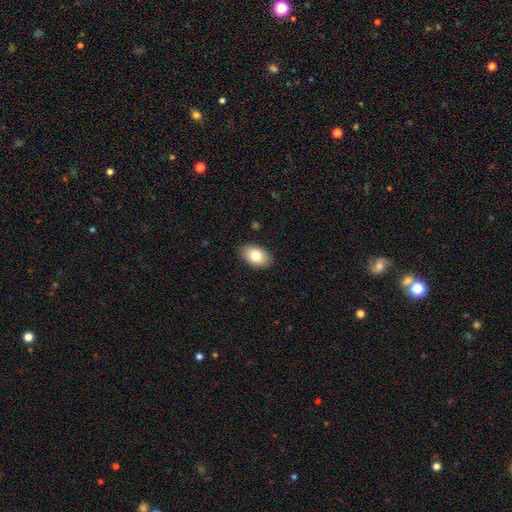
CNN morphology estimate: The model was most divided on "smooth or featured": smooth: 81%, featured or disk: 12%, star or artifact: 7%. More confident: how rounded — in between (91%); merging — none (88%).